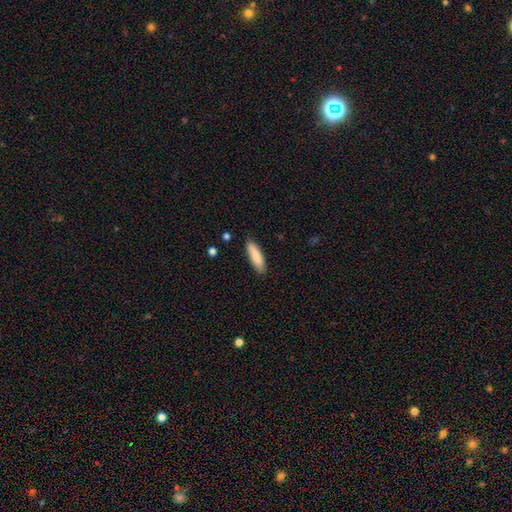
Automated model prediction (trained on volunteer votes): The model was most divided on "how rounded": cigar-shaped: 58%, in between: 40%, round: 1%. More confident: merging — none (86%); smooth or featured — smooth (84%).